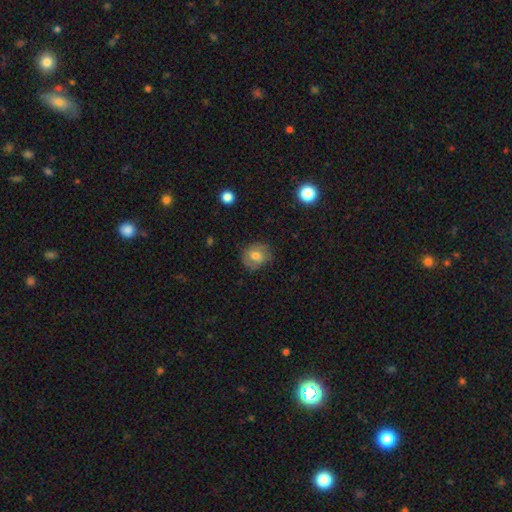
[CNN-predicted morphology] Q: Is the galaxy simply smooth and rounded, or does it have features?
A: smooth — 66%.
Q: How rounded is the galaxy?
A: round — 68%.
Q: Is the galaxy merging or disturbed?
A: none — 77%.